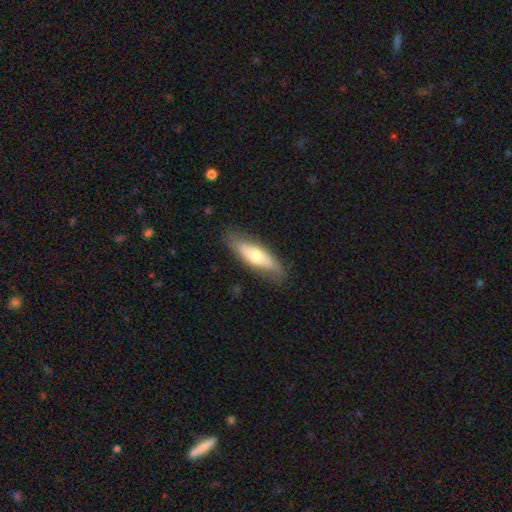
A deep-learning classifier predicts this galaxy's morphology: Smooth or featured: smooth — 58% (featured or disk — 37%)
How rounded: cigar-shaped — 51% (in between — 47%)
Merging: none — 80% (minor disturbance — 15%)